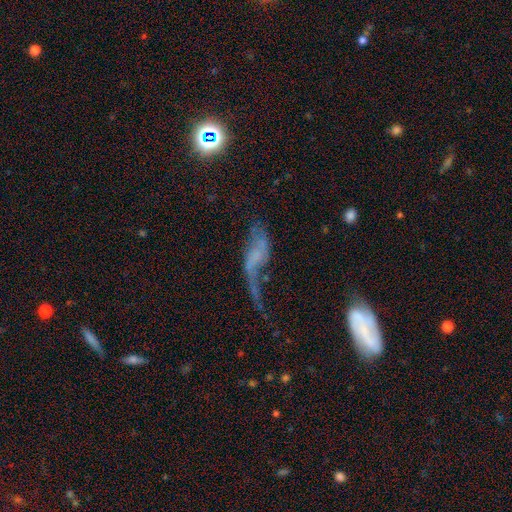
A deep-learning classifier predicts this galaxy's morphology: Overall: featured or disk (63%). Edge-on disk: no (88%). Bar: no (63%; weak 26%). Spiral arms: yes (67%; no 33%). Bulge size: none (61%; small 24%). Merging: major disturbance (46%; none 26%).